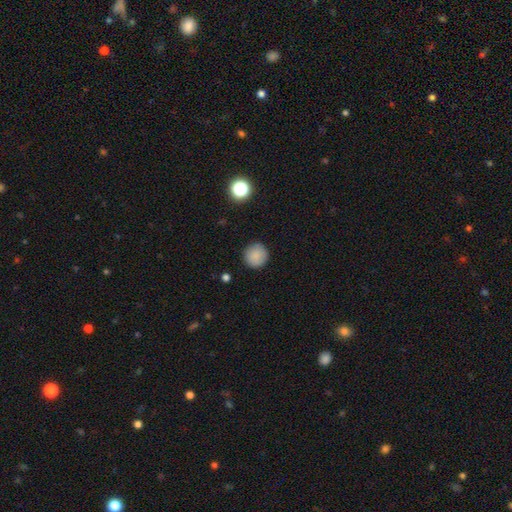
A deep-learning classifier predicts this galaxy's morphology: A smooth galaxy with no disk features (86%) that is round (94%). Merging: none (90%).